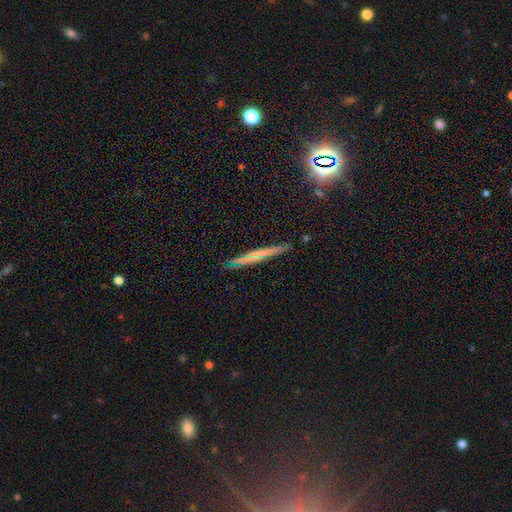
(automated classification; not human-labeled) Smooth or featured?
  - featured or disk: 49% *
  - smooth: 40%
  - star or artifact: 11%
Merging?
  - none: 86% *
  - minor disturbance: 10%
  - major disturbance: 2%
  - merger: 2%